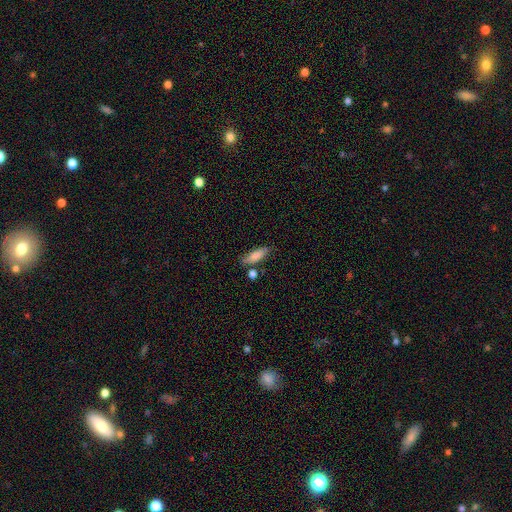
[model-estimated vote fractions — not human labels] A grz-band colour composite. It shows a smooth galaxy with no disk features (84%) that is in between round and cigar-shaped (57%). Merging: none (67%).